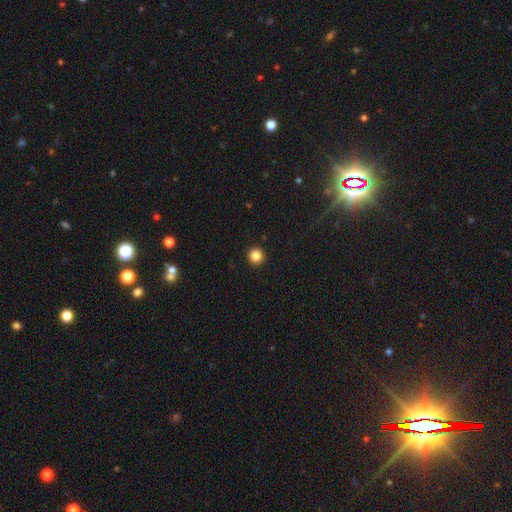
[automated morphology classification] Smooth or featured?
  - smooth: 85% *
  - star or artifact: 11%
  - featured or disk: 4%
How rounded?
  - round: 96% *
  - in between: 3%
  - cigar-shaped: 1%
Merging?
  - none: 94% *
  - minor disturbance: 4%
  - major disturbance: 1%
  - merger: 1%